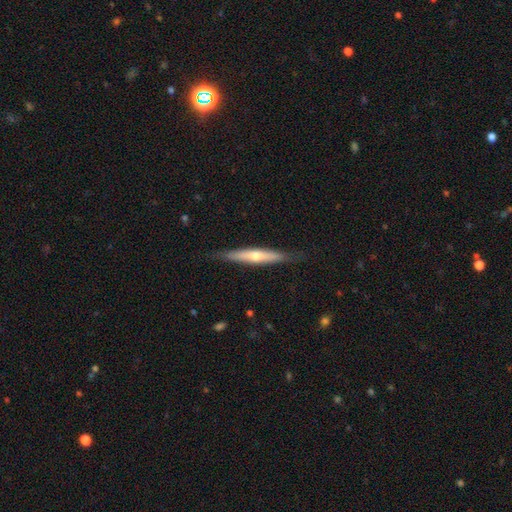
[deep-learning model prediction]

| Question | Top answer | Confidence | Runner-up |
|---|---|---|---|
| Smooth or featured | featured or disk | 55% | smooth (40%) |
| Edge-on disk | yes | 92% | no (8%) |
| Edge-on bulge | rounded | 79% | none (17%) |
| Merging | none | 84% | minor disturbance (12%) |